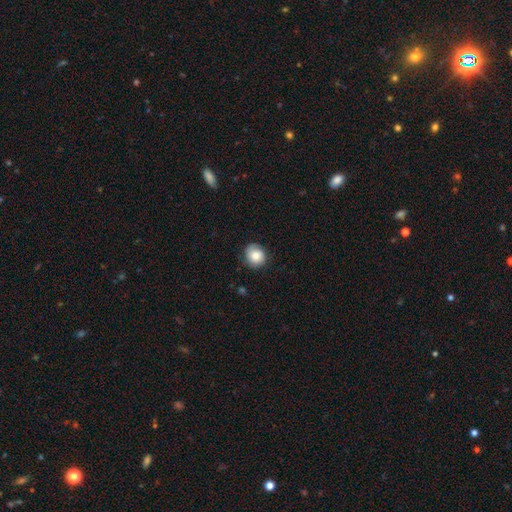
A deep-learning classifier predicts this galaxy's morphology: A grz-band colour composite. It shows a smooth galaxy with no disk features (81%) that is round (85%). Merging: none (79%).